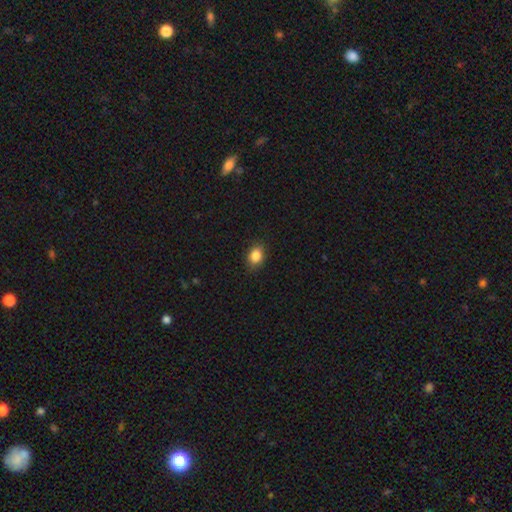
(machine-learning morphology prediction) This appears to be a smooth galaxy with no disk features (86%) that is in between round and cigar-shaped (69%). Merging: none (87%).